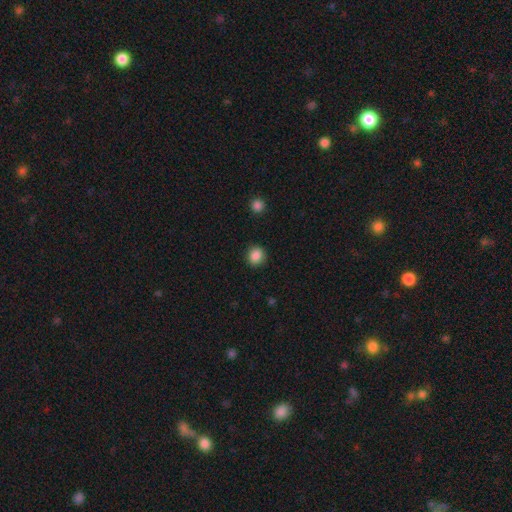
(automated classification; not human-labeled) Q: Smooth or featured?
A: smooth (87%); runner-up: star or artifact (10%)
Q: How rounded?
A: round (84%); runner-up: in between (15%)
Q: Merging?
A: none (90%); runner-up: minor disturbance (7%)